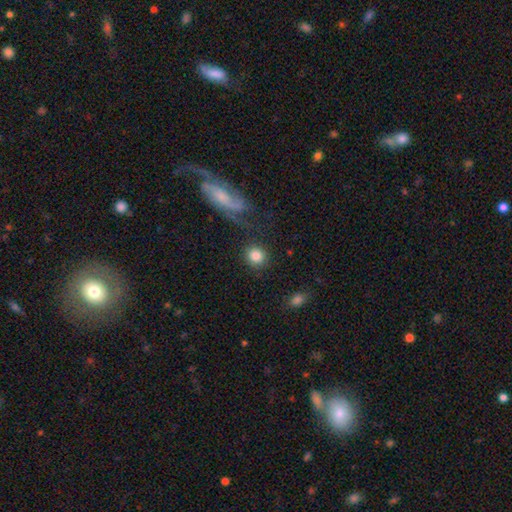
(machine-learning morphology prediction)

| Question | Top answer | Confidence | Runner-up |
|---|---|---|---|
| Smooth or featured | smooth | 84% | star or artifact (8%) |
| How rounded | round | 88% | in between (11%) |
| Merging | none | 82% | minor disturbance (9%) |